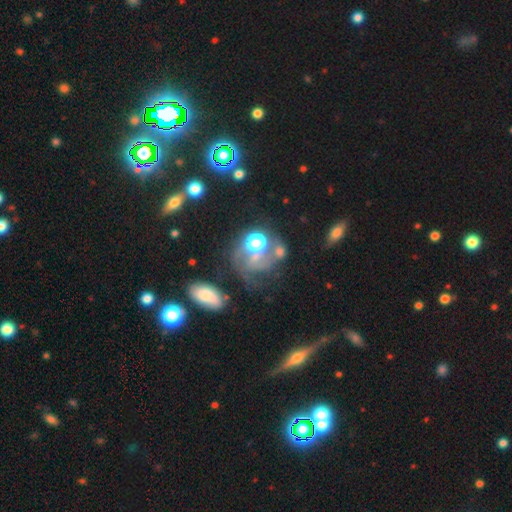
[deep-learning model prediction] The model was most divided on "merging": none: 35%, major disturbance: 27%, merger: 22%, minor disturbance: 16%. Remaining: smooth or featured — featured or disk (47%).